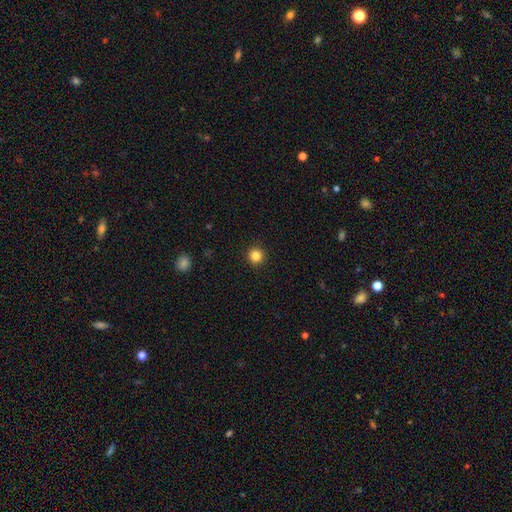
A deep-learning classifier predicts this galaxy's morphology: A smooth galaxy with no disk features (84%) that is round (95%). Merging: none (93%).